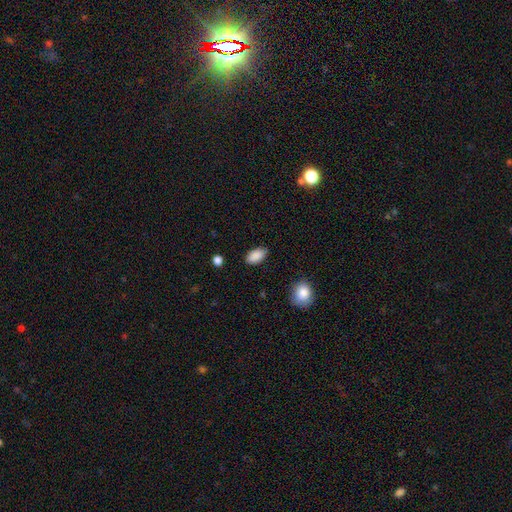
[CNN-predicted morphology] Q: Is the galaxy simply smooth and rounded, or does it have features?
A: smooth — 89%.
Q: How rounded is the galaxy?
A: in between — 93%.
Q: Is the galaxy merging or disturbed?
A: none — 84%.